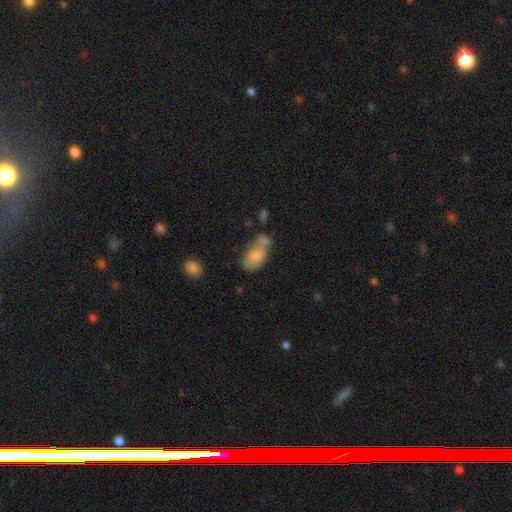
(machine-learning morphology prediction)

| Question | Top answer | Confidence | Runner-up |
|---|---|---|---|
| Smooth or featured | smooth | 76% | featured or disk (16%) |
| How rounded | in between | 91% | round (6%) |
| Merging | merger | 44% | none (30%) |